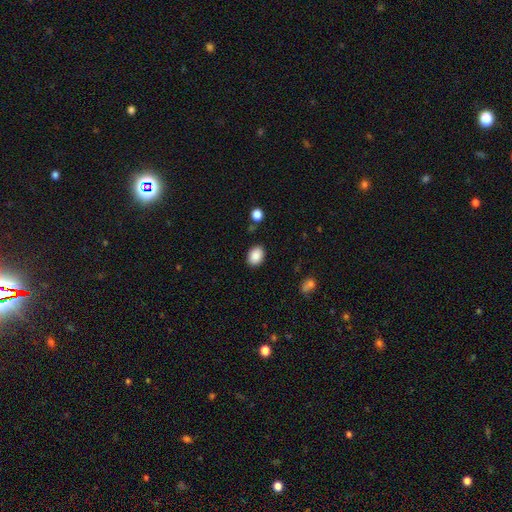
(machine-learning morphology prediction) Q: Smooth or featured?
A: smooth (87%); runner-up: star or artifact (8%)
Q: How rounded?
A: in between (73%); runner-up: round (26%)
Q: Merging?
A: none (86%); runner-up: minor disturbance (9%)